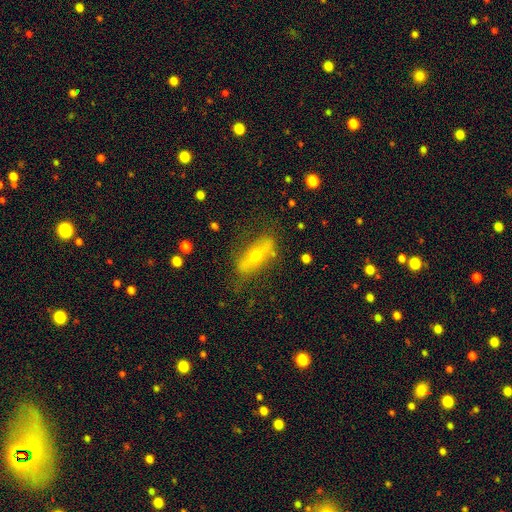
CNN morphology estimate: The model was most divided on "edge-on disk": yes: 58%, no: 42%. More confident: merging — none (73%); smooth or featured — featured or disk (54%).